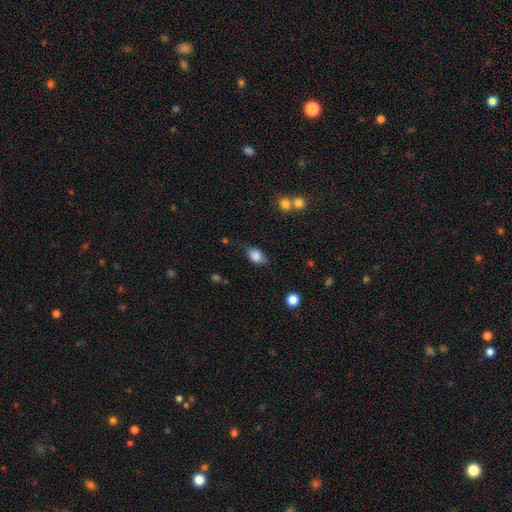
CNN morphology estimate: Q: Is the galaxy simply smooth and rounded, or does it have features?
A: smooth — 79%.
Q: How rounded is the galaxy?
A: in between — 82%.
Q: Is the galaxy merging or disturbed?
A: none — 66%.